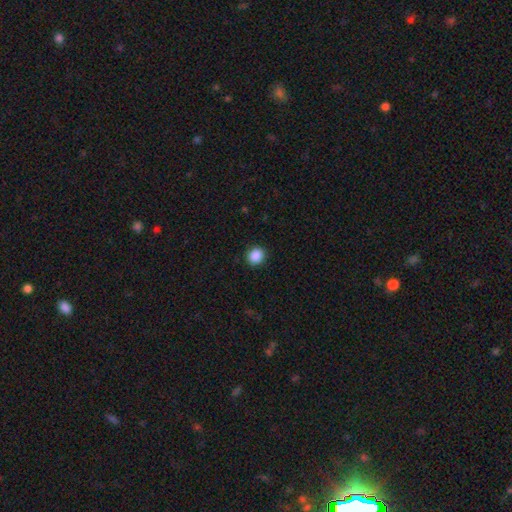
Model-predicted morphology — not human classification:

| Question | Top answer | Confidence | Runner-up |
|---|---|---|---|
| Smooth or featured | smooth | 88% | star or artifact (9%) |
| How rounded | round | 82% | in between (17%) |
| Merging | none | 91% | minor disturbance (6%) |